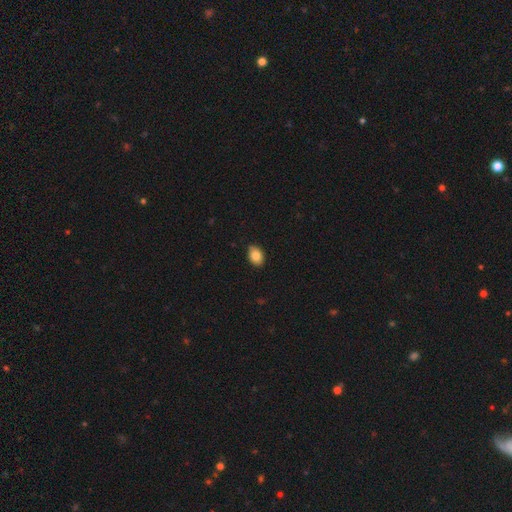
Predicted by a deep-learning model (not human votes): Smooth or featured? Predicted: smooth (p=0.86). How rounded? Predicted: in between (p=0.85). Merging? Predicted: none (p=0.85).